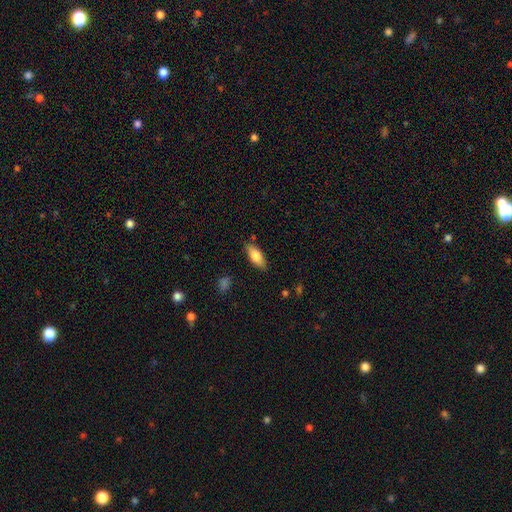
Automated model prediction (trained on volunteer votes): smooth_or_featured: smooth (p=0.77) [alt: featured or disk p=0.16]
how_rounded: in between (p=0.79) [alt: cigar-shaped p=0.18]
merging: none (p=0.82) [alt: minor disturbance p=0.13]